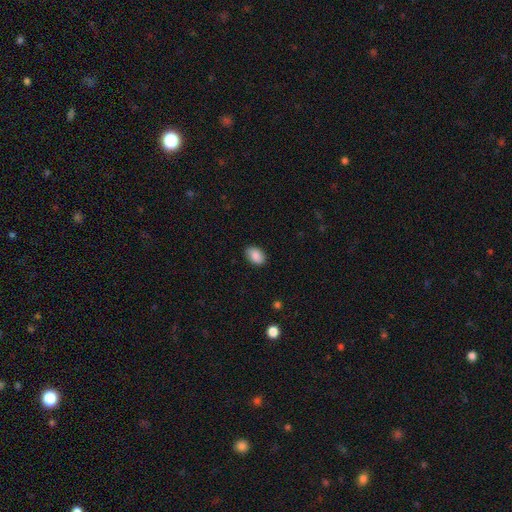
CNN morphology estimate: A smooth galaxy with no disk features (87%) that is in between round and cigar-shaped (86%). Merging: none (87%).